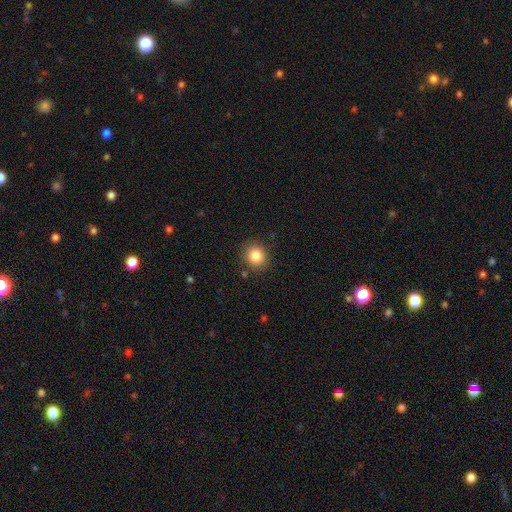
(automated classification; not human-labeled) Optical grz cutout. It shows a smooth galaxy with no disk features (85%) that is round (81%). Merging: none (86%).